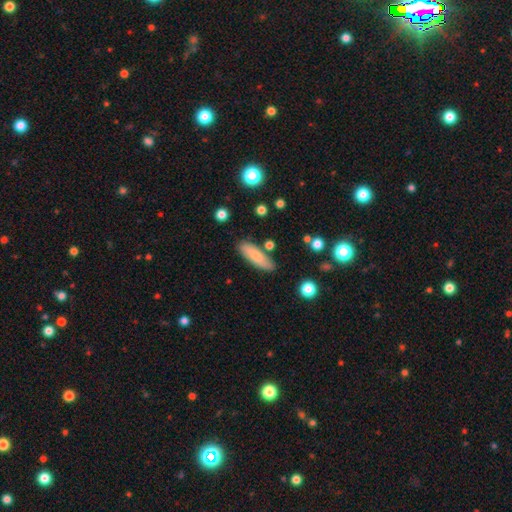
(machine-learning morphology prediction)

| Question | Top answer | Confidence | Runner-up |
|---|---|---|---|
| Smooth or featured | smooth | 80% | featured or disk (13%) |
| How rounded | cigar-shaped | 53% | in between (45%) |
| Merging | none | 82% | minor disturbance (11%) |